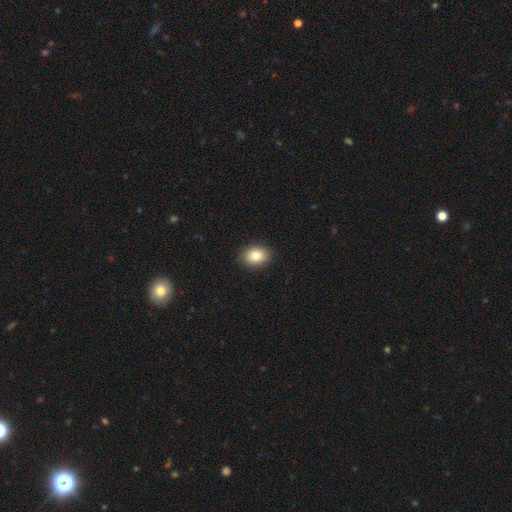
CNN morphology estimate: type=smooth (85%); roundness=in between (70%); merging=none (90%).